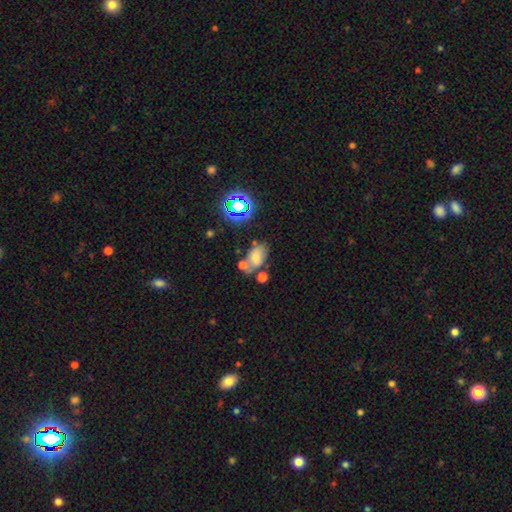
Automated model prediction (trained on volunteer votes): Smooth or featured? Predicted: smooth (p=0.55). How rounded? Predicted: in between (p=0.83). Merging? Predicted: none (p=0.50).